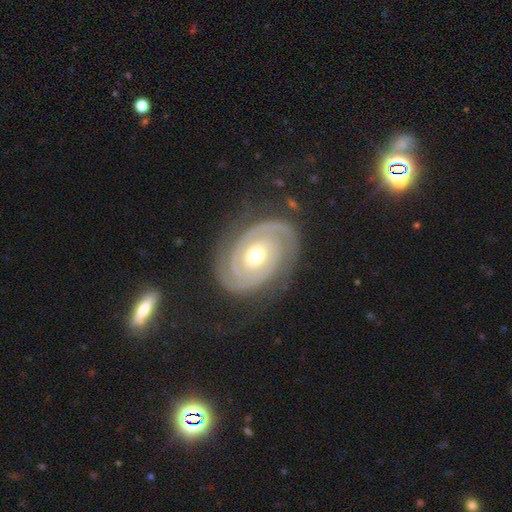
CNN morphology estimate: A featured or disk galaxy (91%) with no bar (71%), 2 (87%) tight (80%) spiral arms (98%) and a moderate central bulge (66%).

Vote fractions:
- Smooth or featured? featured or disk: 91% / star or artifact: 4% / smooth: 4%
- Edge-on disk? no: 97% / yes: 3%
- Bar? no: 71% / weak: 19% / strong: 10%
- Spiral arms? yes: 98% / no: 2%
- Spiral winding? tight: 80% / medium: 17% / loose: 3%
- Spiral arm count? 2: 87% / can't tell: 4% / 3: 4% / 1: 2% / 4: 2% / more than 4: 2%
- Bulge size? moderate: 66% / small: 29% / large: 4% / dominant: 1% / none: 1%
- Merging? none: 83% / minor disturbance: 11% / major disturbance: 5% / merger: 2%